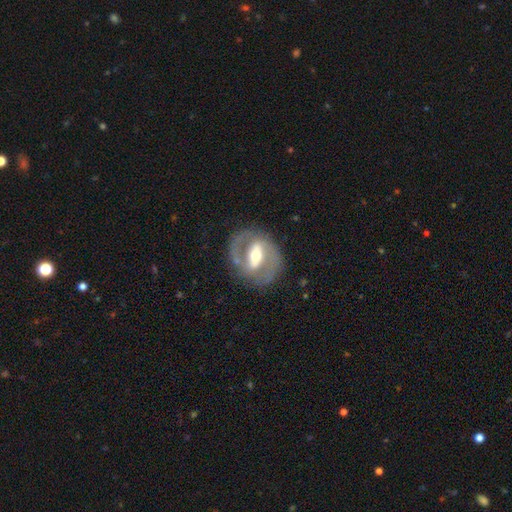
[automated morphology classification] type=featured or disk (80%); edge-on=no (95%); bar=strong (53%); spiral arms=yes (76%); winding=medium (51%); arm count=2 (85%); bulge=moderate (65%); merging=none (78%).